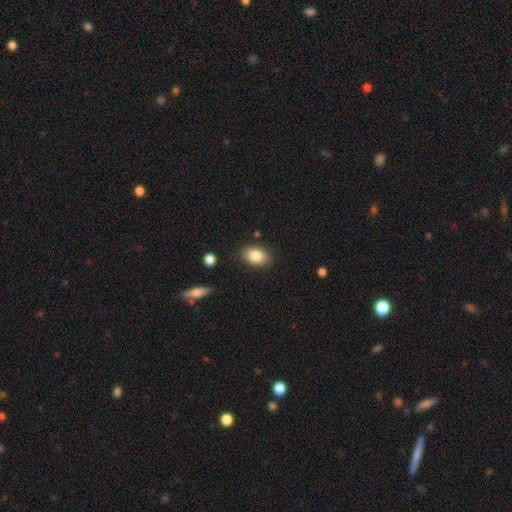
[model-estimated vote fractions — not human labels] A smooth galaxy with no disk features (84%) that is in between round and cigar-shaped (84%). Merging: none (85%).